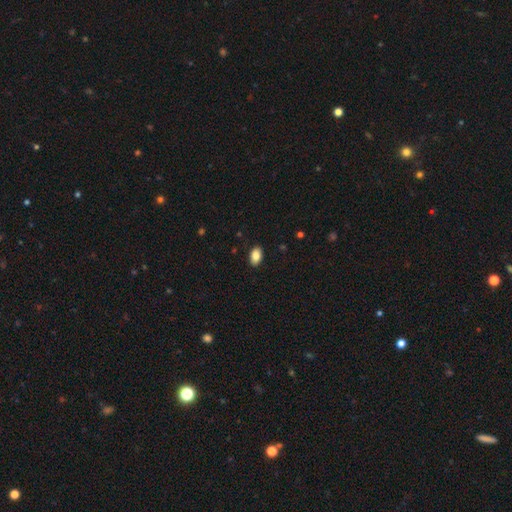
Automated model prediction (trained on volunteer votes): Smooth or featured: smooth — 86% (star or artifact — 8%)
How rounded: in between — 92% (round — 7%)
Merging: none — 89% (minor disturbance — 8%)